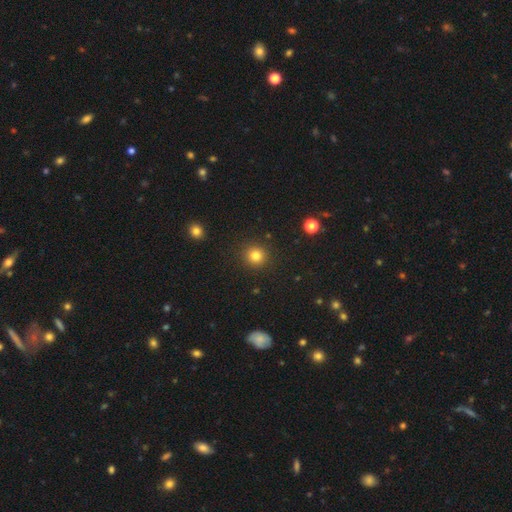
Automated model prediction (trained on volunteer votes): Morphology: type=smooth (82%); roundness=round (93%); merging=none (91%).